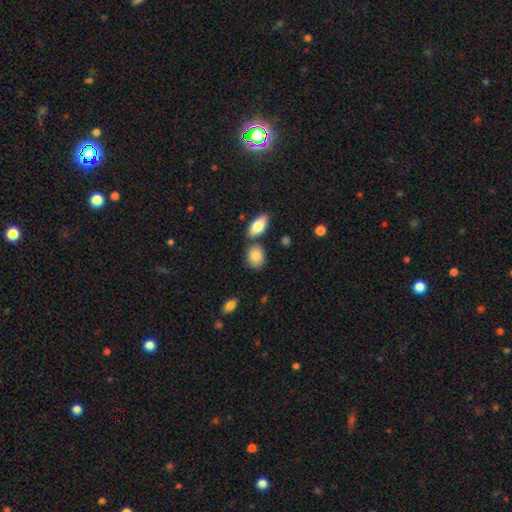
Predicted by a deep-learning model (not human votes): Smooth or featured?
  - smooth: 86% *
  - featured or disk: 7%
  - star or artifact: 7%
How rounded?
  - in between: 67% *
  - round: 30%
  - cigar-shaped: 2%
Merging?
  - none: 69% *
  - minor disturbance: 14%
  - merger: 14%
  - major disturbance: 3%